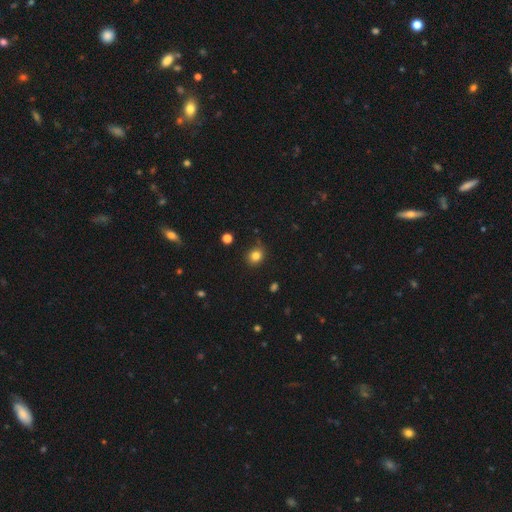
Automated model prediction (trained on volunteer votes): Morphology: type=smooth (82%); roundness=round (75%); merging=none (83%).